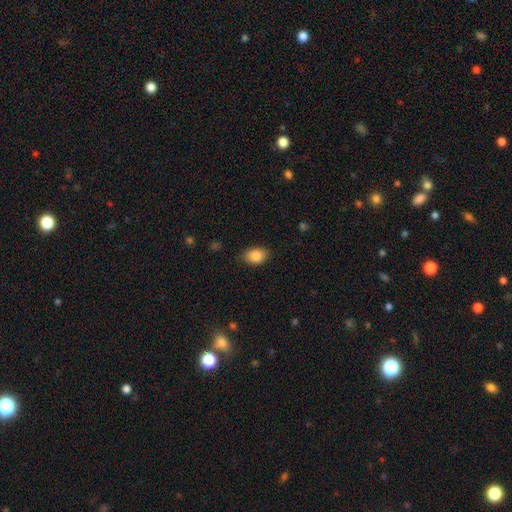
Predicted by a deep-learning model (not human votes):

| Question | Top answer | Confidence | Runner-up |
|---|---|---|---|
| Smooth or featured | smooth | 87% | star or artifact (8%) |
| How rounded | in between | 74% | round (25%) |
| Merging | none | 77% | minor disturbance (18%) |